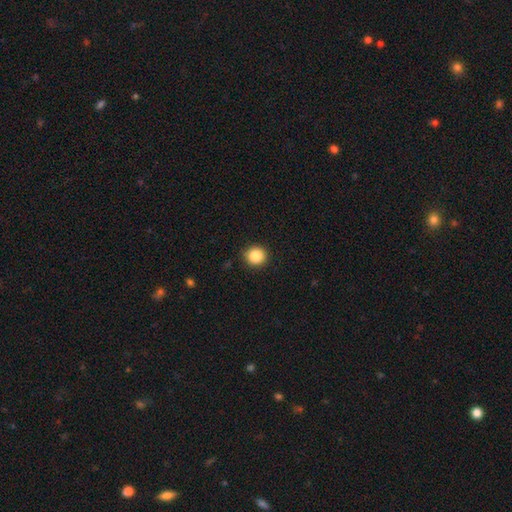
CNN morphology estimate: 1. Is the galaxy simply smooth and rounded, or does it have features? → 87% smooth, 9% star or artifact, 4% featured or disk.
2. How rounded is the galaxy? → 92% round, 7% in between, 1% cigar-shaped.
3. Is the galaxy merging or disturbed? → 91% none, 6% minor disturbance, 2% major disturbance, 1% merger.